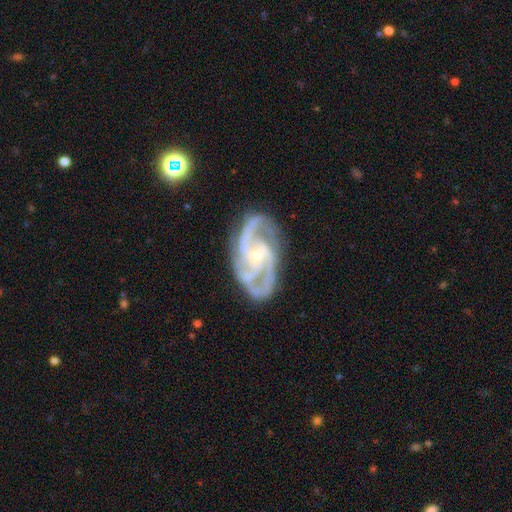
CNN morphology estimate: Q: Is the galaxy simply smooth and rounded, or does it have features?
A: featured or disk — 92%.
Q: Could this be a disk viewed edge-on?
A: no — 97%.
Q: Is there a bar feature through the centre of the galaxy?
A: no — 44%.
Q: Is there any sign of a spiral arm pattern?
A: yes — 98%.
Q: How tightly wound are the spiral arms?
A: medium — 57%.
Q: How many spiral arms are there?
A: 3 — 42%.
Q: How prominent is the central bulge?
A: small — 71%.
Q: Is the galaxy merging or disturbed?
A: none — 75%.